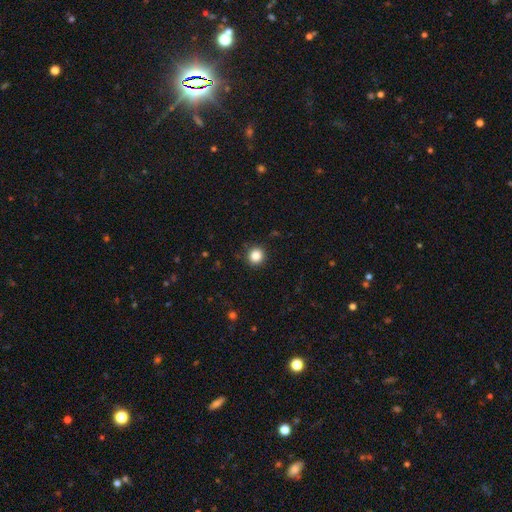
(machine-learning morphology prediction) smooth_or_featured: smooth (p=0.85) [alt: star or artifact p=0.11]
how_rounded: round (p=0.92) [alt: in between p=0.07]
merging: none (p=0.91) [alt: minor disturbance p=0.06]